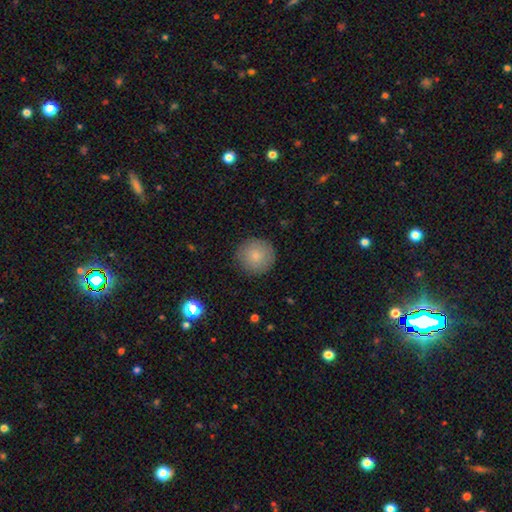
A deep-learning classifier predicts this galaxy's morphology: Smooth or featured?
  - smooth: 83% *
  - featured or disk: 9%
  - star or artifact: 8%
How rounded?
  - round: 95% *
  - in between: 4%
  - cigar-shaped: 1%
Merging?
  - none: 89% *
  - minor disturbance: 8%
  - major disturbance: 2%
  - merger: 1%